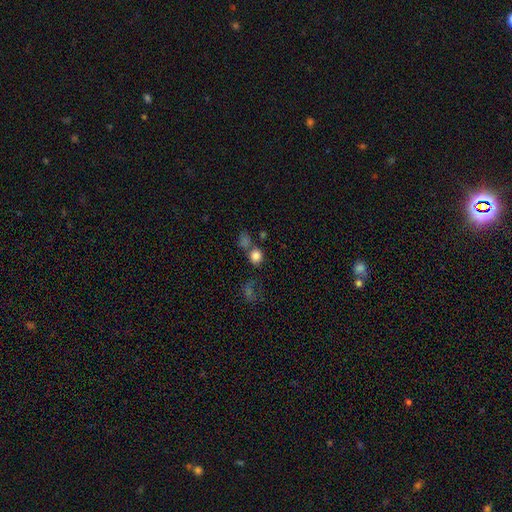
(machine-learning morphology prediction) A smooth galaxy with no disk features (80%) that is round (79%).

Vote fractions:
- Smooth or featured? smooth: 80% / star or artifact: 14% / featured or disk: 6%
- How rounded? round: 79% / in between: 19% / cigar-shaped: 1%
- Merging? none: 55% / merger: 28% / minor disturbance: 11% / major disturbance: 6%